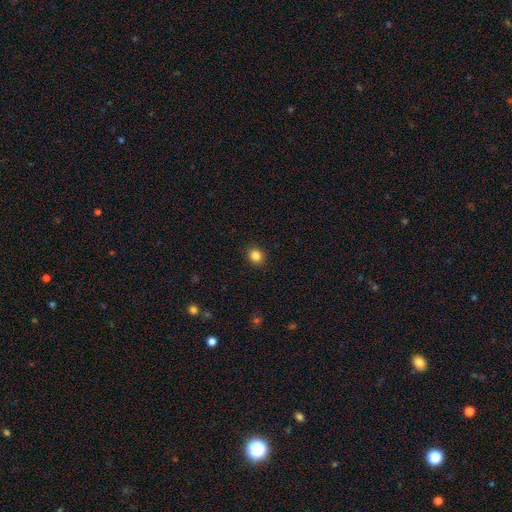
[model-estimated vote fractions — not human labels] A smooth galaxy with no disk features (85%) that is round (77%). Merging: none (91%).